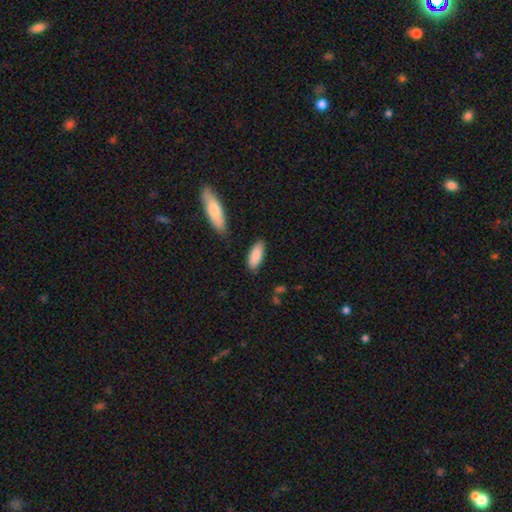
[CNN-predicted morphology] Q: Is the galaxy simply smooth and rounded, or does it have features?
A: smooth — 87%.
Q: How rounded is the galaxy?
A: in between — 79%.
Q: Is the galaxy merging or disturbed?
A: none — 80%.